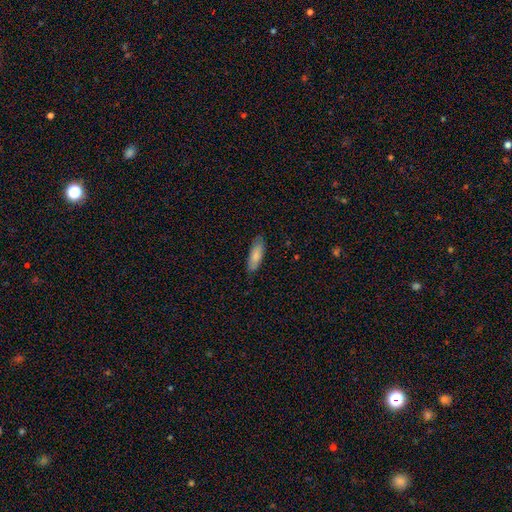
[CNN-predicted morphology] Q: Smooth or featured?
A: smooth (83%); runner-up: featured or disk (11%)
Q: How rounded?
A: in between (60%); runner-up: cigar-shaped (39%)
Q: Merging?
A: none (82%); runner-up: minor disturbance (14%)